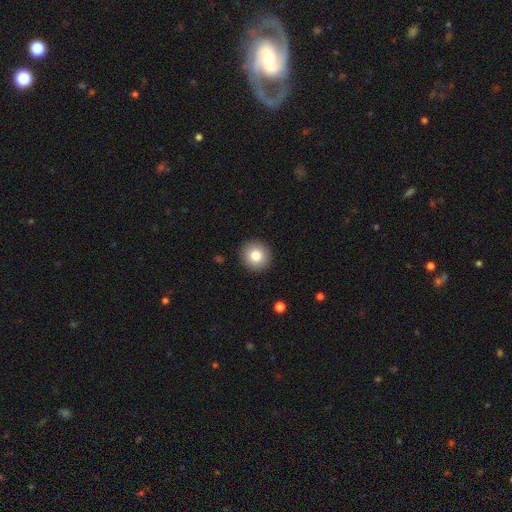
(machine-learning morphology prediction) The model was most divided on "smooth or featured": smooth: 83%, star or artifact: 9%, featured or disk: 8%. More confident: how rounded — round (92%); merging — none (92%).